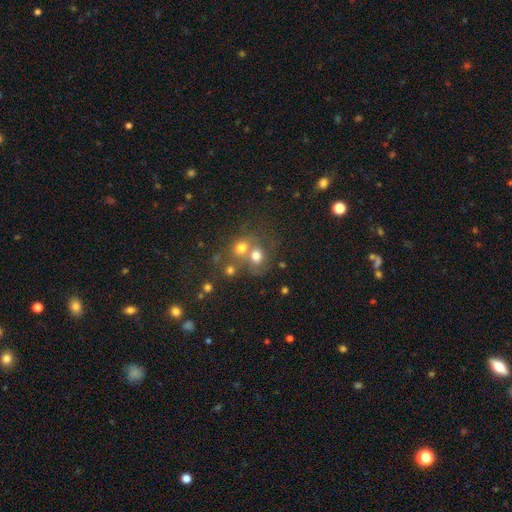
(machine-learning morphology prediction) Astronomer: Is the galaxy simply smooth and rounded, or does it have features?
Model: smooth — 68%.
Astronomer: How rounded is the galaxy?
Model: round — 69%.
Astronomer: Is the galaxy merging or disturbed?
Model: merger — 49% (runner-up: none, 36%).